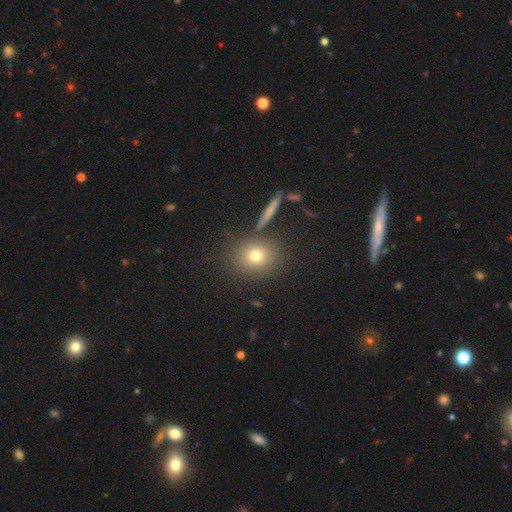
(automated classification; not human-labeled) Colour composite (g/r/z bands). It shows a smooth galaxy with no disk features (74%) that is round (75%). Merging: none (81%).